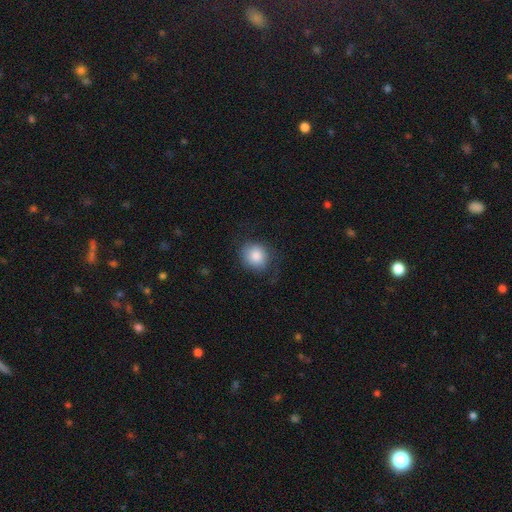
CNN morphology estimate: smooth-or-featured: smooth: 81% | featured or disk: 12% | star or artifact: 8%
  how-rounded: round: 75% | in between: 24% | cigar-shaped: 1%
  merging: none: 65% | minor disturbance: 21% | major disturbance: 12% | merger: 1%